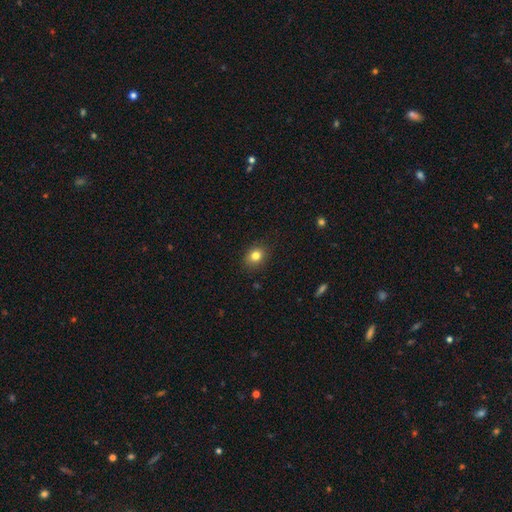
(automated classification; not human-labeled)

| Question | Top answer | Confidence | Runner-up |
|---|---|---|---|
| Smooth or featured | smooth | 81% | star or artifact (12%) |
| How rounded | round | 62% | in between (37%) |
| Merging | none | 88% | minor disturbance (9%) |